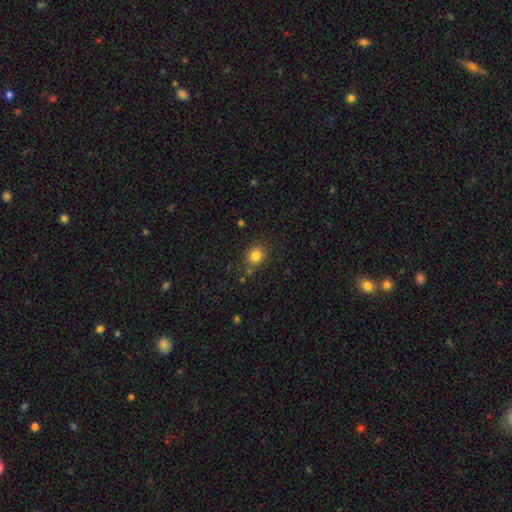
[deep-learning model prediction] Q: Smooth or featured?
A: smooth (83%); runner-up: star or artifact (12%)
Q: How rounded?
A: round (77%); runner-up: in between (22%)
Q: Merging?
A: none (80%); runner-up: minor disturbance (11%)